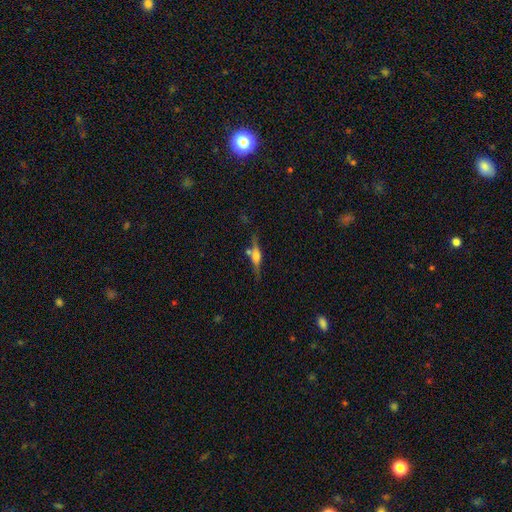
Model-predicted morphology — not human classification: Smooth or featured? featured or disk (61%)
Edge-on disk? yes (93%)
Edge-on bulge? rounded (83%)
Merging? none (68%)